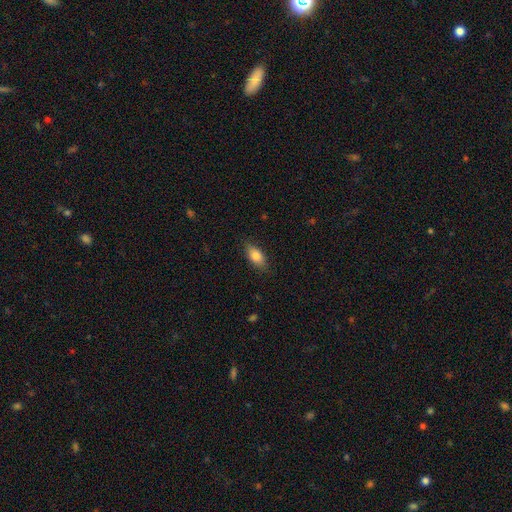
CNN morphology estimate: This appears to be a smooth galaxy with no disk features (81%) that is in between round and cigar-shaped (87%). Merging: none (84%).